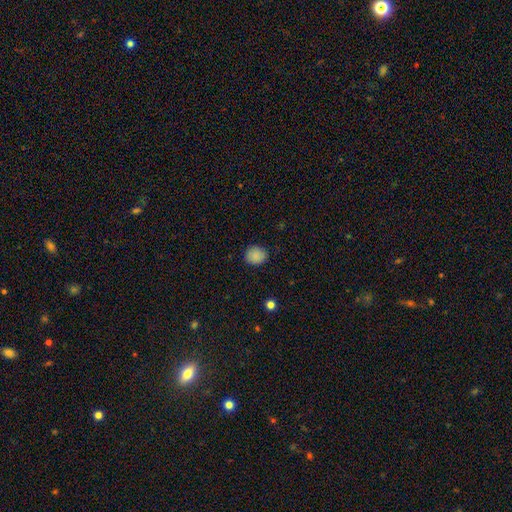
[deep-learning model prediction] Smooth or featured: smooth — 87% (star or artifact — 9%)
How rounded: round — 76% (in between — 23%)
Merging: none — 85% (minor disturbance — 11%)